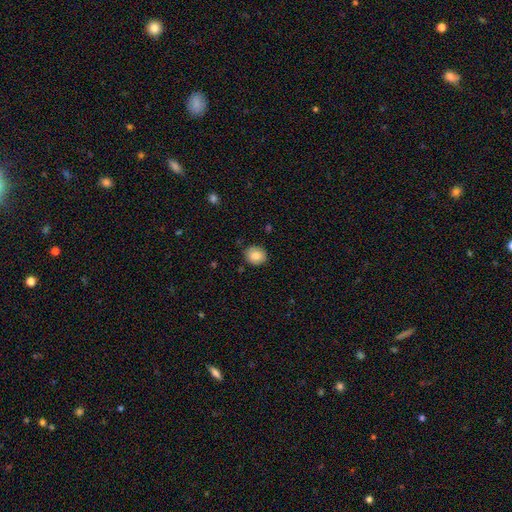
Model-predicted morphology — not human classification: The model was most divided on "how rounded": round: 79%, in between: 20%, cigar-shaped: 1%. More confident: merging — none (87%); smooth or featured — smooth (83%).